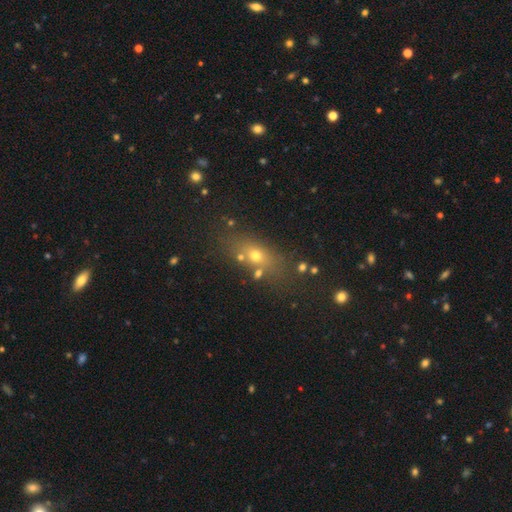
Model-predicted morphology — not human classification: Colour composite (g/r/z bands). It shows a smooth galaxy with no disk features (59%) that is in between round and cigar-shaped (55%). Merging: none (71%).